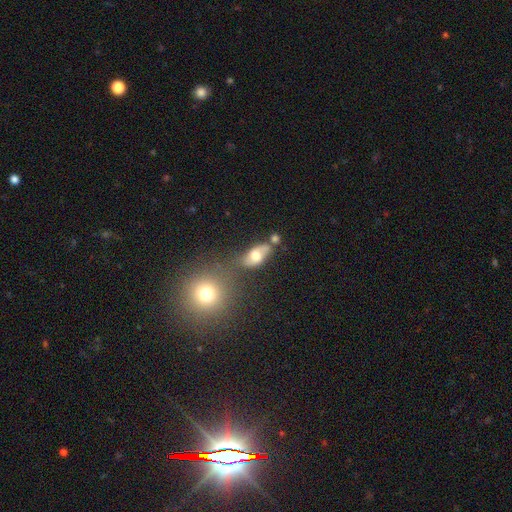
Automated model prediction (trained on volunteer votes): Overall: smooth (59%; featured or disk 32%). How rounded: in between (82%). Merging: none (52%; minor disturbance 20%).